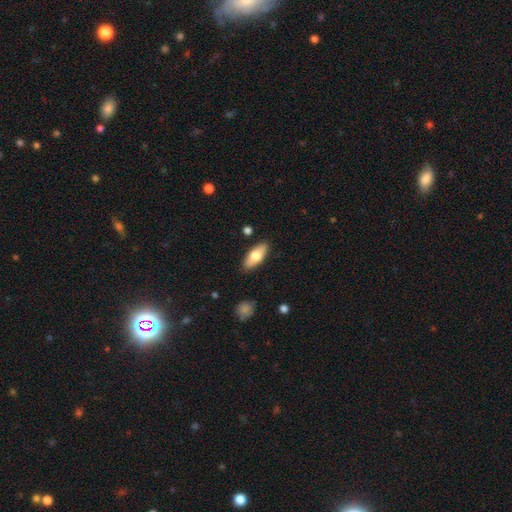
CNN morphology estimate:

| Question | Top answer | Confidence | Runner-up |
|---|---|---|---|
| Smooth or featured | smooth | 72% | featured or disk (23%) |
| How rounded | in between | 79% | cigar-shaped (19%) |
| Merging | none | 87% | minor disturbance (9%) |